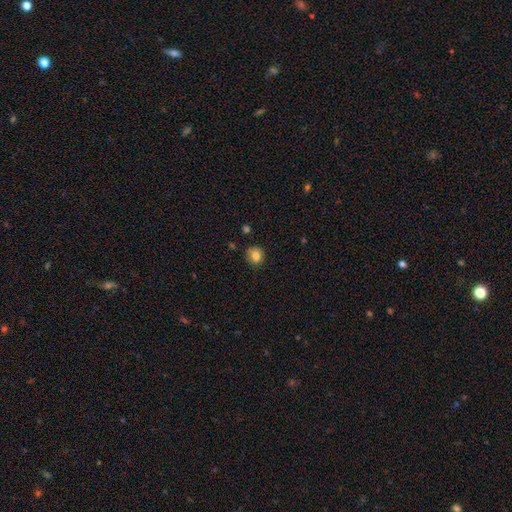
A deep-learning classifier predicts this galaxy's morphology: smooth 82%, star or artifact 10%, featured or disk 7%. Down the decision tree: how rounded — round (83%); merging — none (76%).